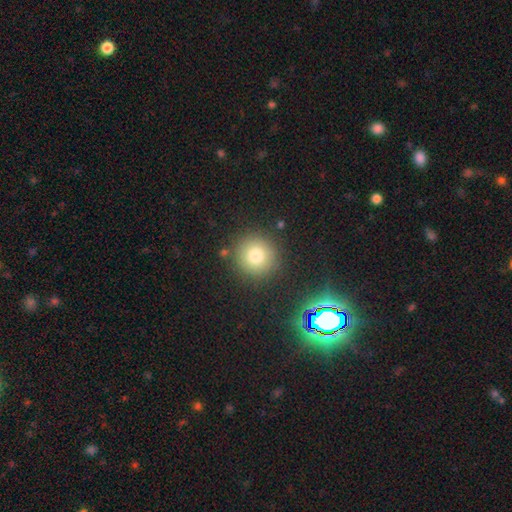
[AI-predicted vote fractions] Overall: smooth (78%). How rounded: round (94%). Merging: none (86%).